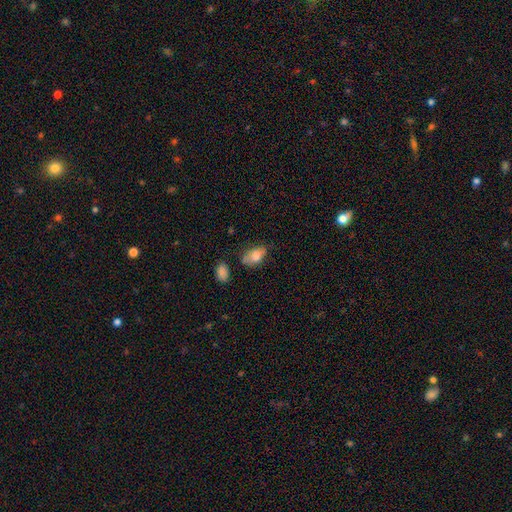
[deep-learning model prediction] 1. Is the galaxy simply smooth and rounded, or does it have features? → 73% smooth, 18% featured or disk, 9% star or artifact.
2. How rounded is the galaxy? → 88% in between, 8% round, 3% cigar-shaped.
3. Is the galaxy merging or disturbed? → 46% none, 33% minor disturbance, 13% major disturbance, 9% merger.